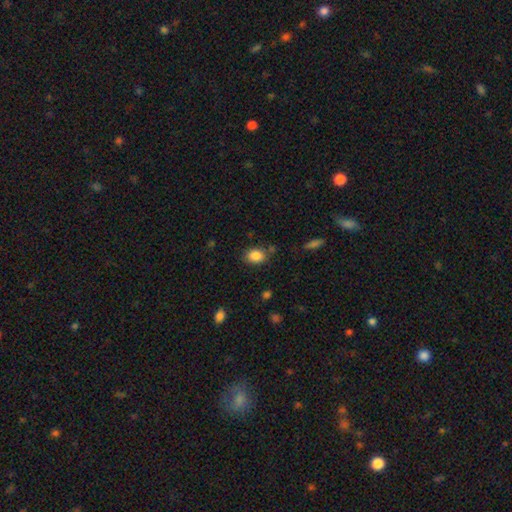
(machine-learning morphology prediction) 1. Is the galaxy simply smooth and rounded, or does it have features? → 86% smooth, 9% star or artifact, 5% featured or disk.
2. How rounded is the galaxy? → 71% in between, 28% round, 1% cigar-shaped.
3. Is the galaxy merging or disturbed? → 76% none, 15% minor disturbance, 5% merger, 4% major disturbance.